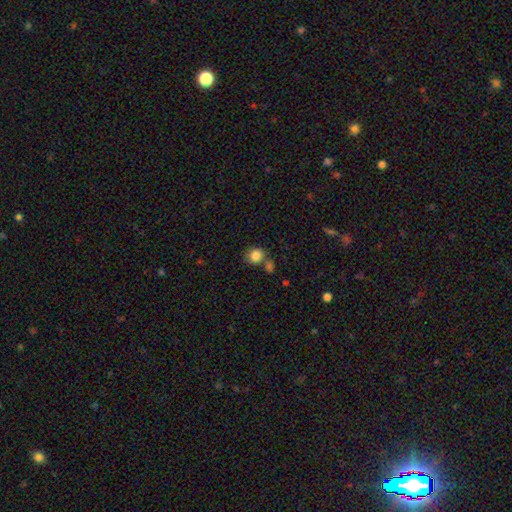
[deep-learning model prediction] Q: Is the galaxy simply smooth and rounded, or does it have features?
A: smooth — 85%.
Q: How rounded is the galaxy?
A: round — 80%.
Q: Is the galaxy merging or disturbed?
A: none — 61%.